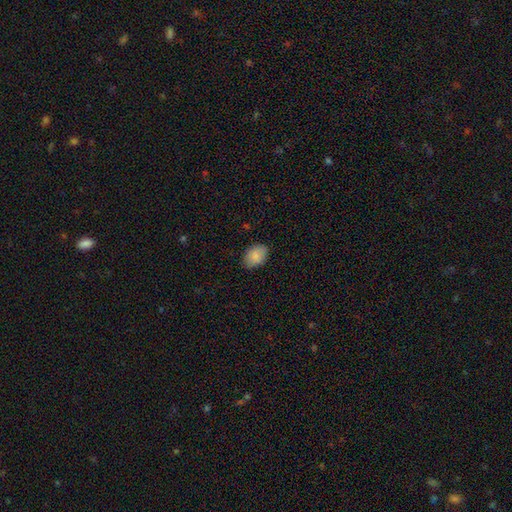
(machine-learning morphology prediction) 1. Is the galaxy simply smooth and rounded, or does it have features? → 86% smooth, 7% featured or disk, 7% star or artifact.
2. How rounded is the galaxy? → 85% in between, 14% round, 1% cigar-shaped.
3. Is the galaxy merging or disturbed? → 81% none, 15% minor disturbance, 3% major disturbance, 1% merger.